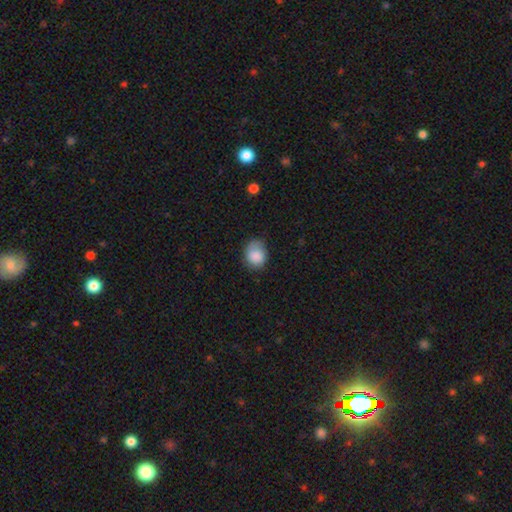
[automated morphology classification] A smooth galaxy with no disk features (85%) that is round (53%). Merging: none (56%).